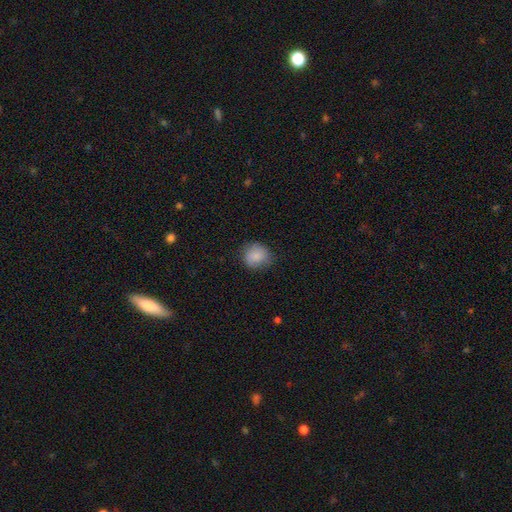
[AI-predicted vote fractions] Smooth or featured? smooth (86%)
How rounded? round (82%)
Merging? none (76%)